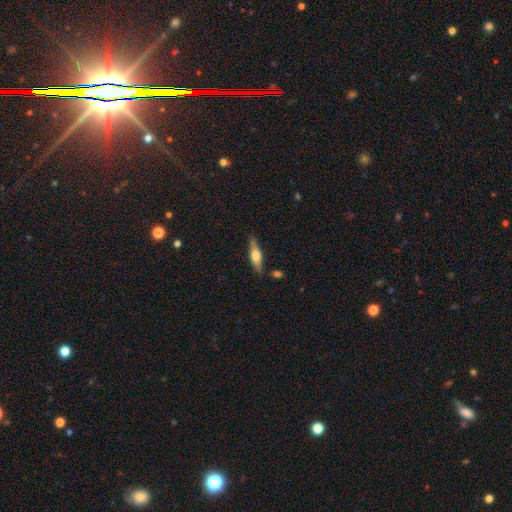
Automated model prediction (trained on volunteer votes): A featured or disk galaxy (47%, tied with smooth).

Vote fractions:
- Smooth or featured? featured or disk: 47% (tied) / smooth: 47% (tied) / star or artifact: 6%
- Merging? none: 79% / minor disturbance: 14% / merger: 4% / major disturbance: 3%